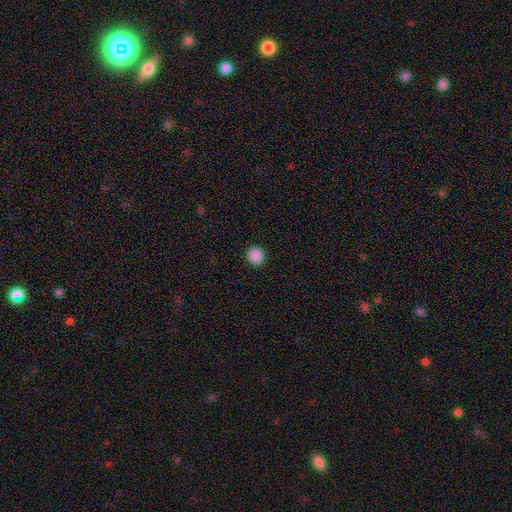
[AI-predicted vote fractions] Smooth or featured?
  - smooth: 88% *
  - star or artifact: 10%
  - featured or disk: 2%
How rounded?
  - round: 83% *
  - in between: 16%
  - cigar-shaped: 1%
Merging?
  - none: 91% *
  - minor disturbance: 6%
  - major disturbance: 2%
  - merger: 1%